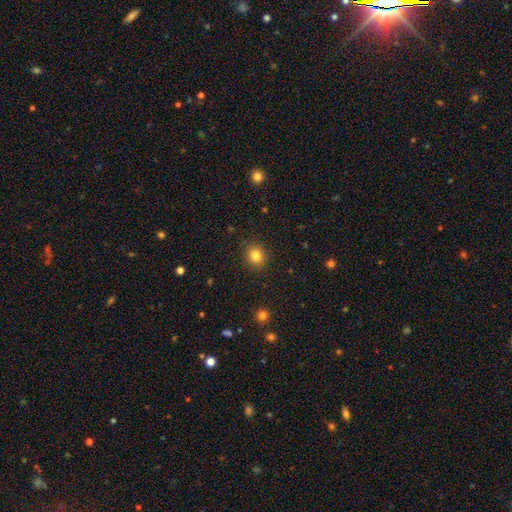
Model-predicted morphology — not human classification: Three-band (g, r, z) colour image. It shows a smooth galaxy with no disk features (83%) that is round (79%). Merging: none (89%).